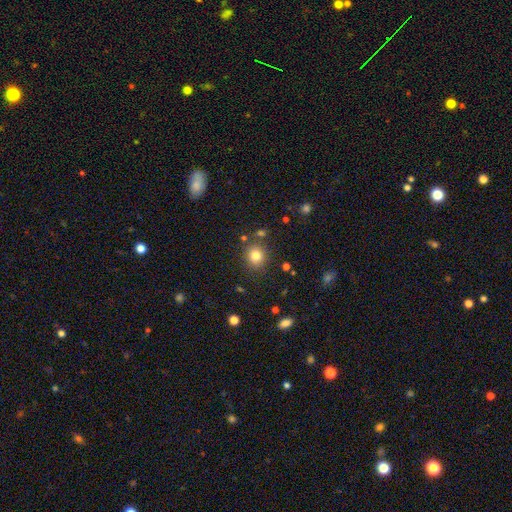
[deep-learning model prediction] Smooth or featured?
  - smooth: 81% *
  - star or artifact: 12%
  - featured or disk: 7%
How rounded?
  - round: 83% *
  - in between: 16%
  - cigar-shaped: 1%
Merging?
  - none: 83% *
  - minor disturbance: 9%
  - merger: 5%
  - major disturbance: 3%